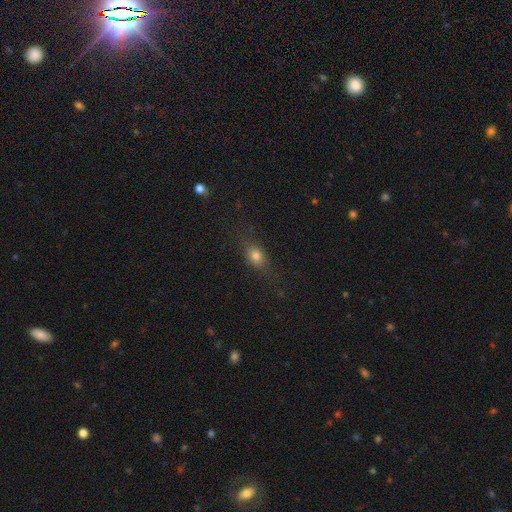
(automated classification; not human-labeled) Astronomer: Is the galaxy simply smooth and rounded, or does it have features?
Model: smooth — 73%.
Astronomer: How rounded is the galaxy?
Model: in between — 61%.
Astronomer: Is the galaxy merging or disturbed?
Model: none — 76%.